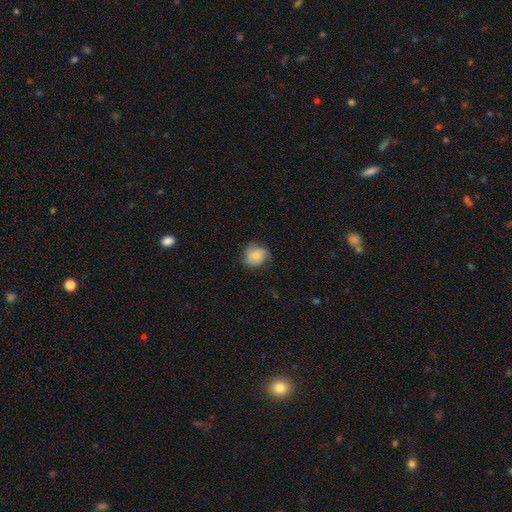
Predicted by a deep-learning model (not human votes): Overall: smooth (63%; featured or disk 29%). How rounded: round (76%). Merging: none (68%).